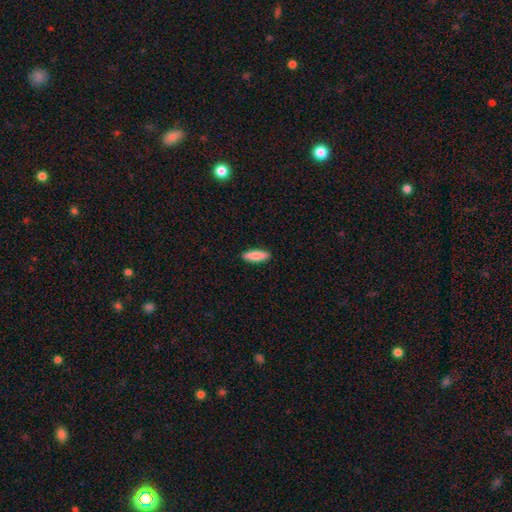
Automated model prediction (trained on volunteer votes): This appears to be a smooth galaxy with no disk features (87%) that is in between round and cigar-shaped (56%). Merging: none (90%).